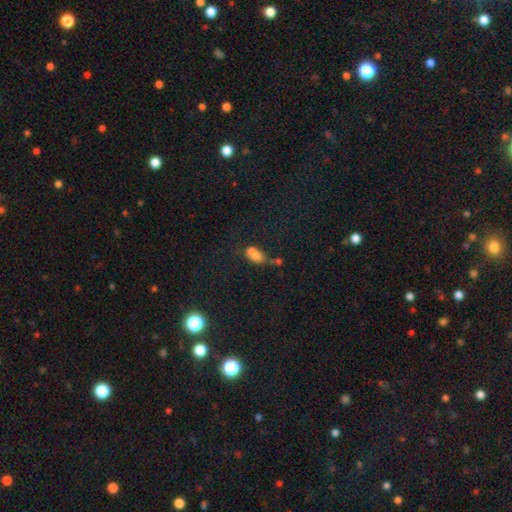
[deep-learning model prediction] smooth 67%, star or artifact 17%, featured or disk 16%. Down the decision tree: how rounded — in between (79%); merging — merger (47%).